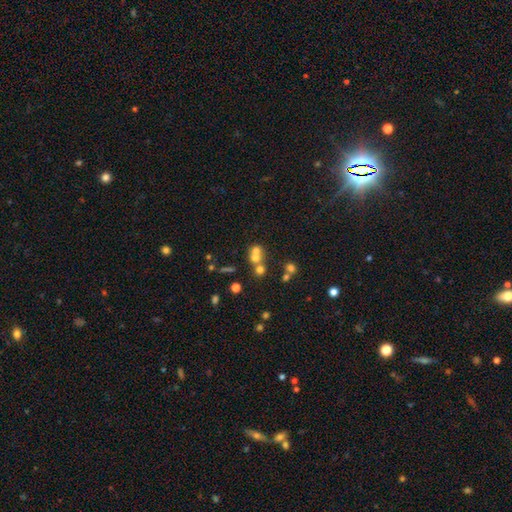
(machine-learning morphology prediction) This appears to be a smooth galaxy with no disk features (58%) that is round (79%). Merging: merger (54%).